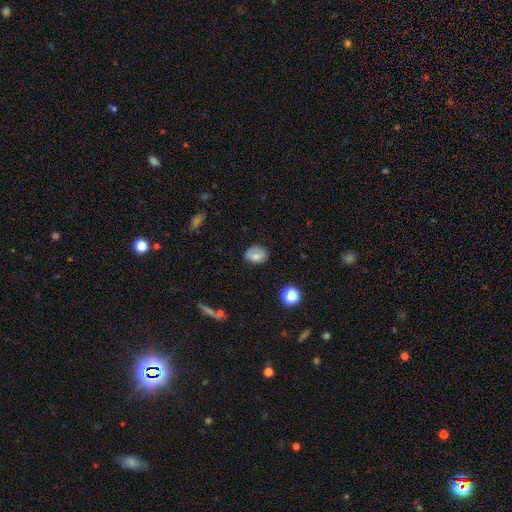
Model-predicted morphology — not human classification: This appears to be a smooth galaxy with no disk features (74%) that is in between round and cigar-shaped (54%). Merging: none (75%).